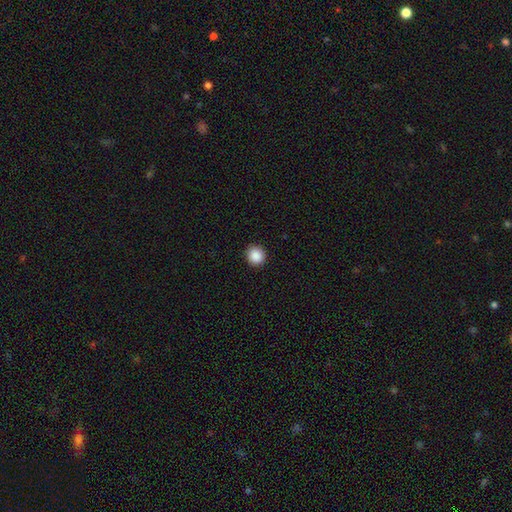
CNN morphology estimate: Smooth or featured? Predicted: smooth (p=0.88). How rounded? Predicted: round (p=0.93). Merging? Predicted: none (p=0.92).